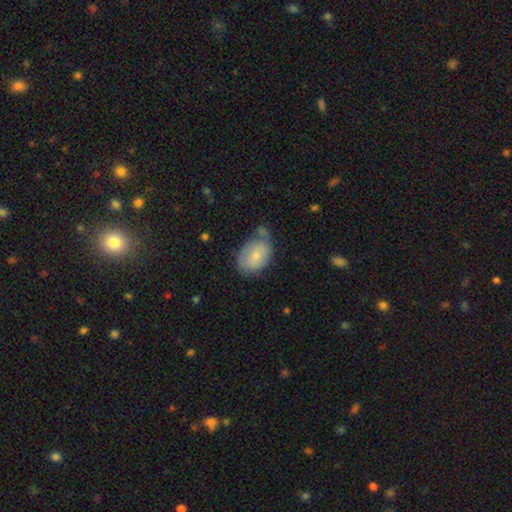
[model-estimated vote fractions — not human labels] smooth 70%, featured or disk 23%, star or artifact 7%. Down the decision tree: how rounded — in between (84%); merging — none (45%).